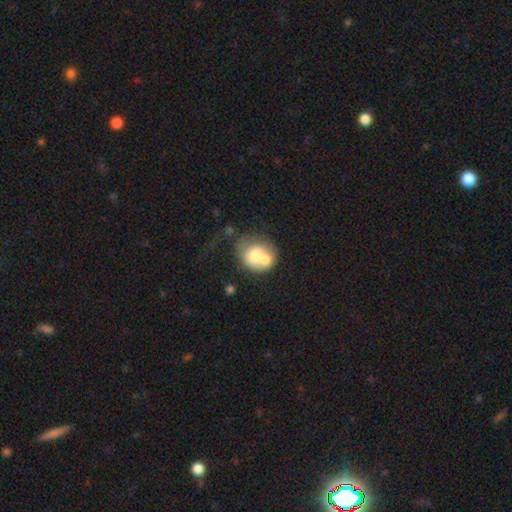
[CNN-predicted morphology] This appears to be a smooth galaxy with no disk features (62%) that is round (69%). Merging: merger (62%).